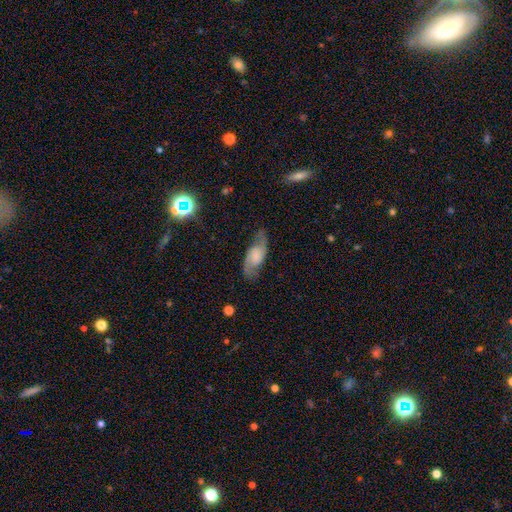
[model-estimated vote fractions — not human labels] Morphology: type=featured or disk (73%); edge-on=no (93%); bar=no (53%); spiral arms=yes (94%); winding=medium (47%); arm count=2 (91%); bulge=none (38%); merging=none (77%).